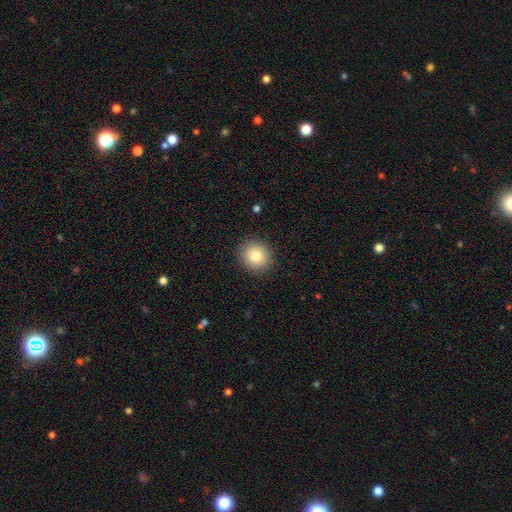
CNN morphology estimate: Smooth or featured: smooth — 82% (star or artifact — 10%)
How rounded: round — 87% (in between — 12%)
Merging: none — 91% (minor disturbance — 6%)